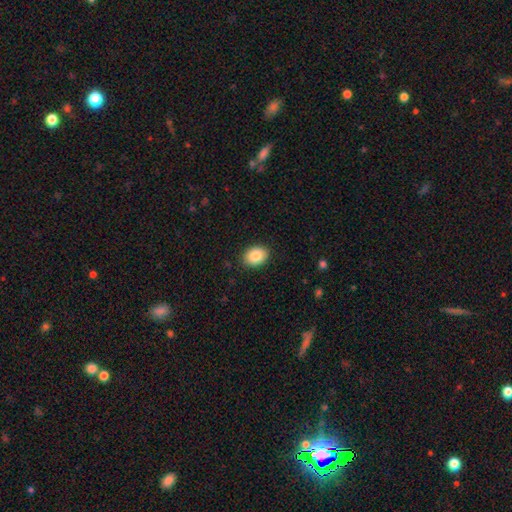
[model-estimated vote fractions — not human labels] Smooth or featured: smooth — 86% (star or artifact — 8%)
How rounded: in between — 69% (round — 30%)
Merging: none — 89% (minor disturbance — 8%)